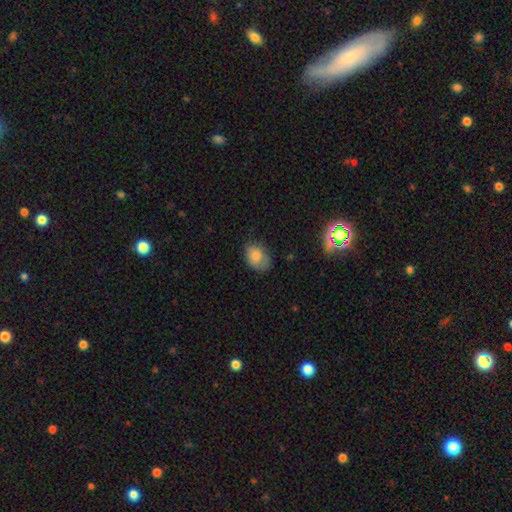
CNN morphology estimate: Smooth or featured: smooth — 80% (featured or disk — 12%)
How rounded: in between — 77% (round — 22%)
Merging: none — 64% (minor disturbance — 27%)